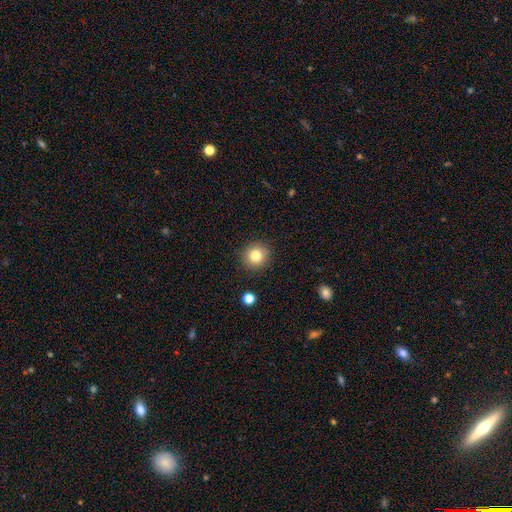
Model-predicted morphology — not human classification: A smooth galaxy with no disk features (82%) that is round (93%). Merging: none (90%).